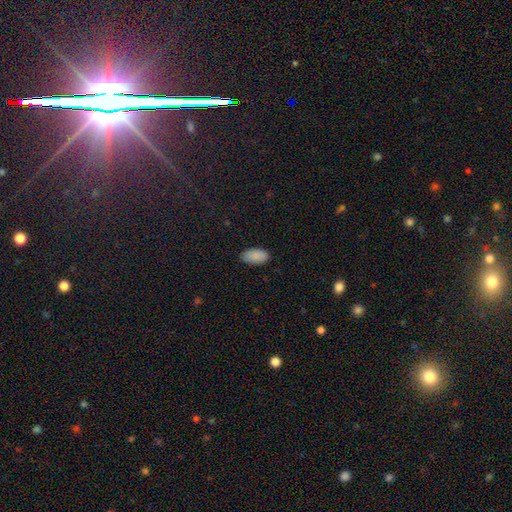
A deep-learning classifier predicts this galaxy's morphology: Smooth or featured?
  - smooth: 89% *
  - star or artifact: 7%
  - featured or disk: 4%
How rounded?
  - in between: 95% *
  - round: 3%
  - cigar-shaped: 2%
Merging?
  - none: 85% *
  - minor disturbance: 12%
  - major disturbance: 2%
  - merger: 1%